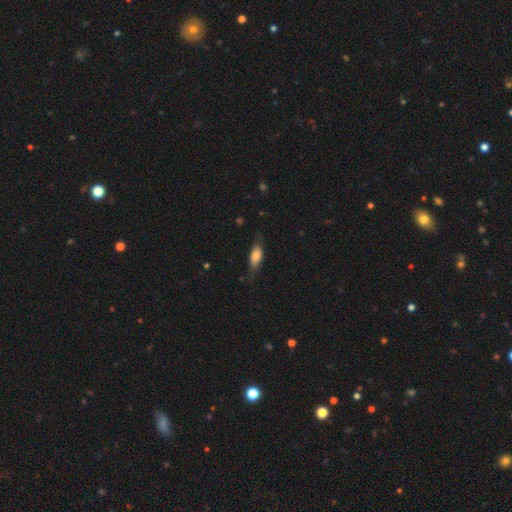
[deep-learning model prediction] This appears to be a smooth galaxy with no disk features (73%) that is in between round and cigar-shaped (70%). Merging: none (71%).